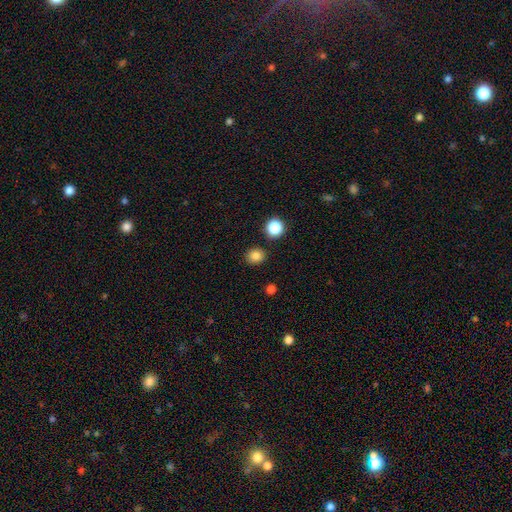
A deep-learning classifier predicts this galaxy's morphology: Smooth or featured?
  - smooth: 83% *
  - star or artifact: 13%
  - featured or disk: 5%
How rounded?
  - round: 77% *
  - in between: 22%
  - cigar-shaped: 1%
Merging?
  - none: 88% *
  - minor disturbance: 7%
  - merger: 3%
  - major disturbance: 2%